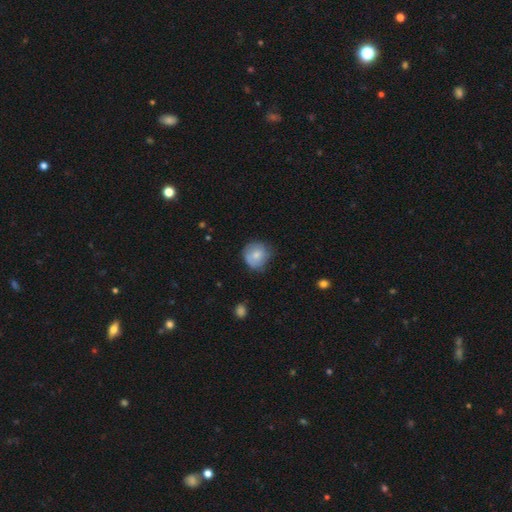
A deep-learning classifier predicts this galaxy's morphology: Q: Smooth or featured?
A: smooth (71%); runner-up: featured or disk (22%)
Q: How rounded?
A: round (83%); runner-up: in between (16%)
Q: Merging?
A: none (59%); runner-up: minor disturbance (32%)